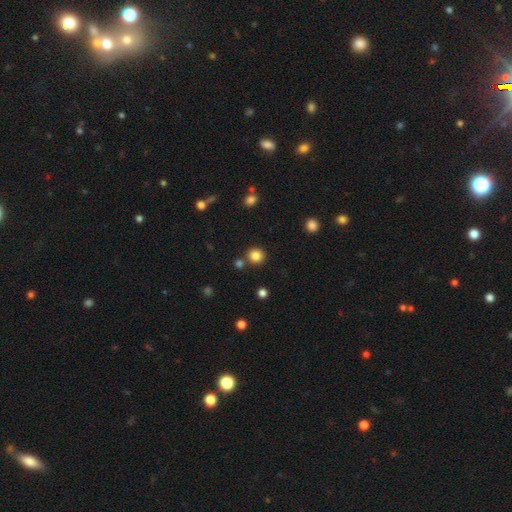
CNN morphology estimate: A smooth galaxy with no disk features (84%) that is round (91%).

Vote fractions:
- Smooth or featured? smooth: 84% / star or artifact: 11% / featured or disk: 5%
- How rounded? round: 91% / in between: 9% / cigar-shaped: 1%
- Merging? none: 82% / merger: 8% / minor disturbance: 7% / major disturbance: 2%